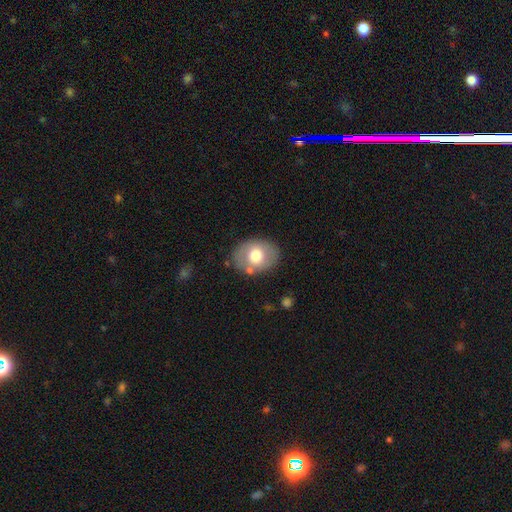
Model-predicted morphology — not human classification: Q: Smooth or featured?
A: smooth (65%); runner-up: featured or disk (28%)
Q: How rounded?
A: in between (59%); runner-up: round (40%)
Q: Merging?
A: none (79%); runner-up: minor disturbance (13%)